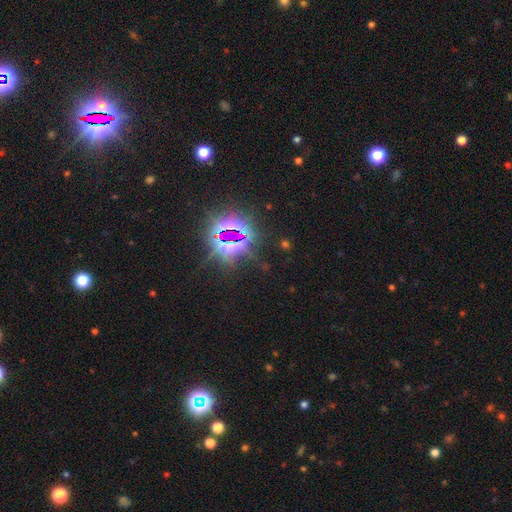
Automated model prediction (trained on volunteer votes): Smooth or featured? star or artifact (81%)